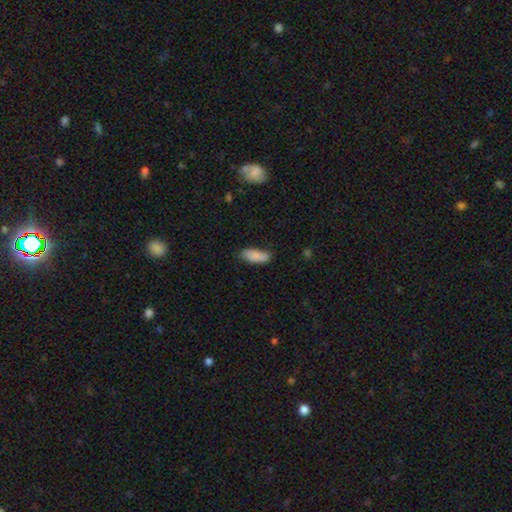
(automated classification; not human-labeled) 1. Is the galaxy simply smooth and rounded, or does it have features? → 87% smooth, 7% featured or disk, 6% star or artifact.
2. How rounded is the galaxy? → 77% in between, 21% cigar-shaped, 2% round.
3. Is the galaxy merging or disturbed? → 72% none, 22% minor disturbance, 4% major disturbance, 2% merger.